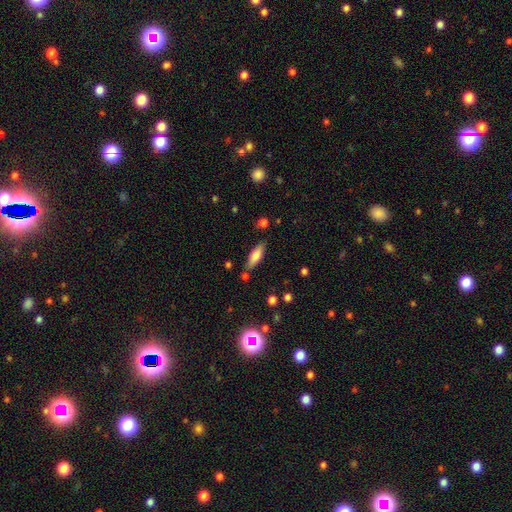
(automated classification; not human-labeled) smooth 69%, featured or disk 24%, star or artifact 7%. Down the decision tree: how rounded — in between (53%); merging — none (80%).